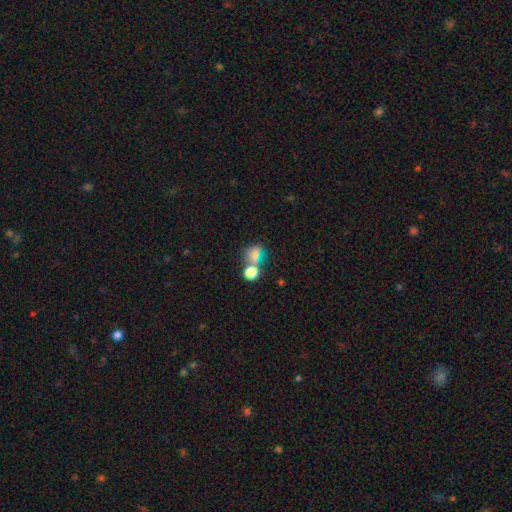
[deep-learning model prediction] smooth 67%, star or artifact 23%, featured or disk 10%. Down the decision tree: how rounded — round (68%); merging — none (48%).